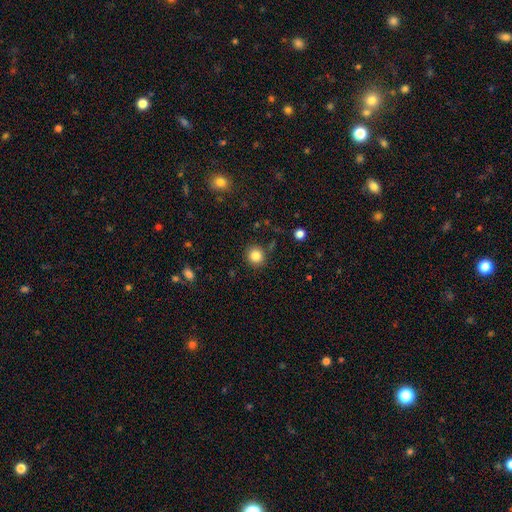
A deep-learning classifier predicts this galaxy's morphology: Smooth or featured? Predicted: smooth (p=0.84). How rounded? Predicted: round (p=0.91). Merging? Predicted: none (p=0.86).